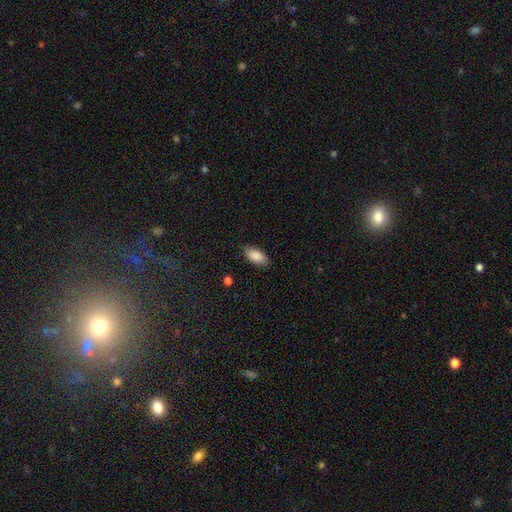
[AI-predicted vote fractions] This appears to be a smooth galaxy with no disk features (89%) that is in between round and cigar-shaped (92%). Merging: none (86%).